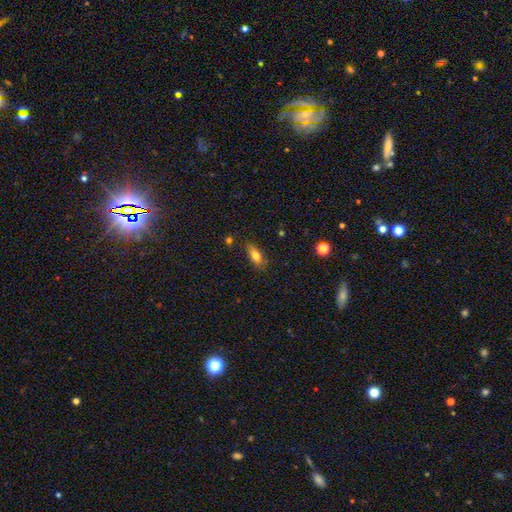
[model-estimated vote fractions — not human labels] Smooth or featured?
  - smooth: 76% *
  - featured or disk: 15%
  - star or artifact: 9%
How rounded?
  - in between: 82% *
  - cigar-shaped: 13%
  - round: 5%
Merging?
  - none: 77% *
  - minor disturbance: 17%
  - major disturbance: 4%
  - merger: 3%